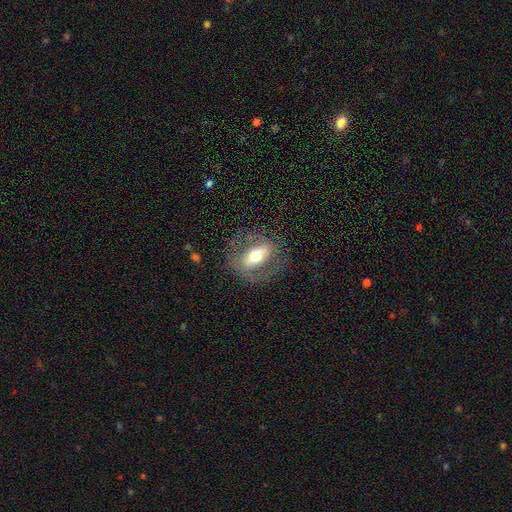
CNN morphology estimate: The model was most divided on "smooth or featured": featured or disk: 54%, smooth: 38%, star or artifact: 7%. More confident: edge-on disk — no (81%); merging — none (70%).